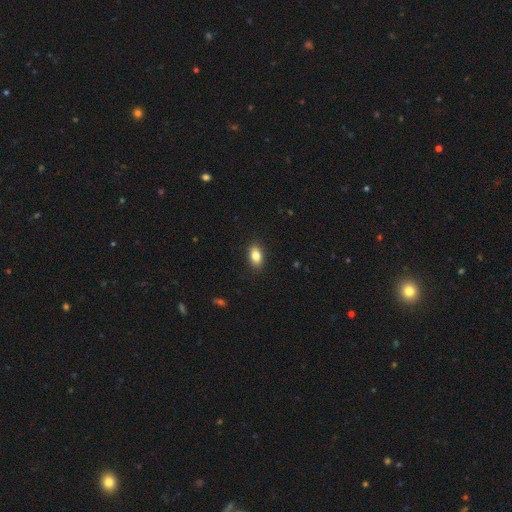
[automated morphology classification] Q: Smooth or featured?
A: smooth (83%); runner-up: featured or disk (10%)
Q: How rounded?
A: in between (88%); runner-up: round (8%)
Q: Merging?
A: none (88%); runner-up: minor disturbance (9%)